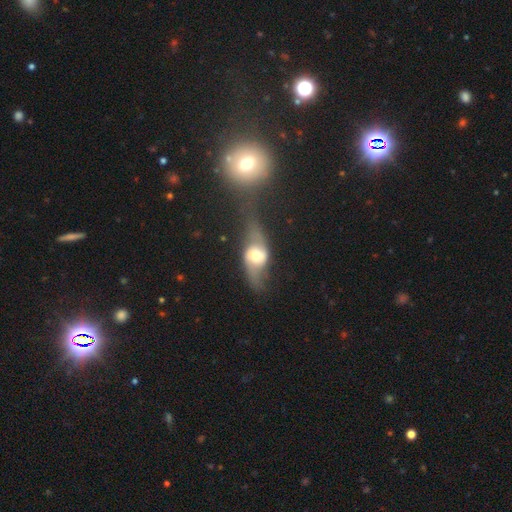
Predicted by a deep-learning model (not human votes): The model was most divided on "merging": none: 37%, major disturbance: 27%, minor disturbance: 20%, merger: 16%. More confident: edge-on disk — no (84%); spiral arms — yes (79%); smooth or featured — featured or disk (68%); bulge size — moderate (59%); bar — no (53%).